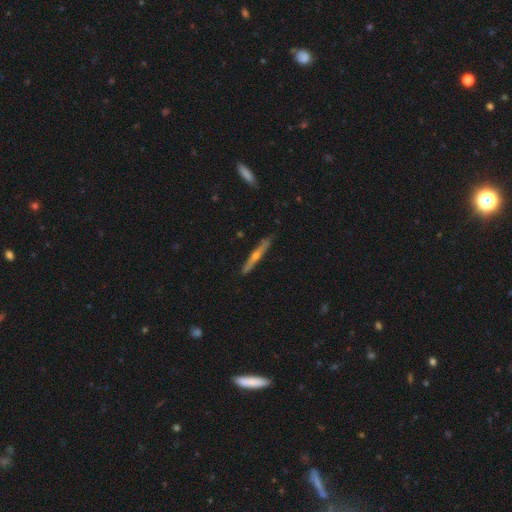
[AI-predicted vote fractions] Smooth or featured? Predicted: featured or disk (p=0.70). Edge-on disk? Predicted: yes (p=0.97). Edge-on bulge? Predicted: rounded (p=0.84). Merging? Predicted: none (p=0.88).